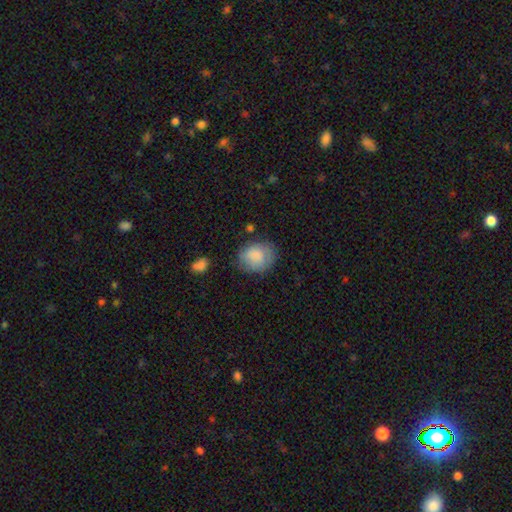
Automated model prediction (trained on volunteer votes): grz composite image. It shows a smooth galaxy with no disk features (78%) that is round (64%). Merging: none (66%).